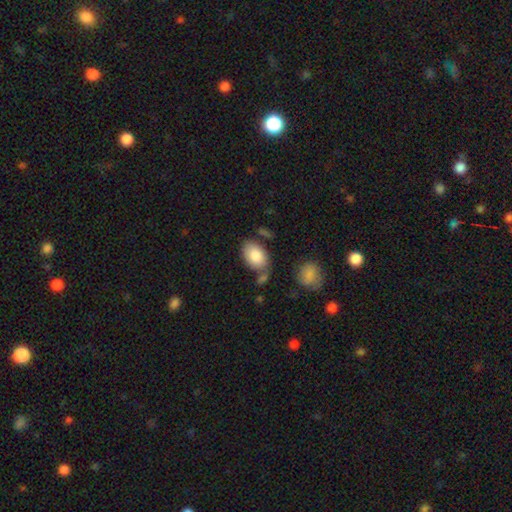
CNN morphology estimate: Overall: smooth (84%). How rounded: in between (89%). Merging: none (64%).